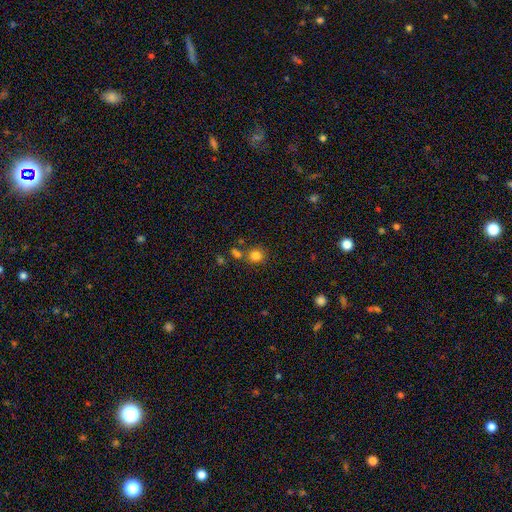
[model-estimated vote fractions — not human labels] smooth 81%, star or artifact 13%, featured or disk 6%. Down the decision tree: how rounded — round (85%); merging — none (72%).